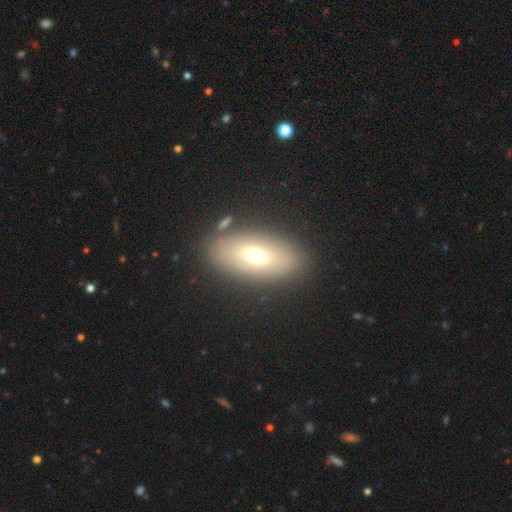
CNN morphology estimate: This appears to be a smooth galaxy with no disk features (61%) that is in between round and cigar-shaped (85%). Merging: none (82%).